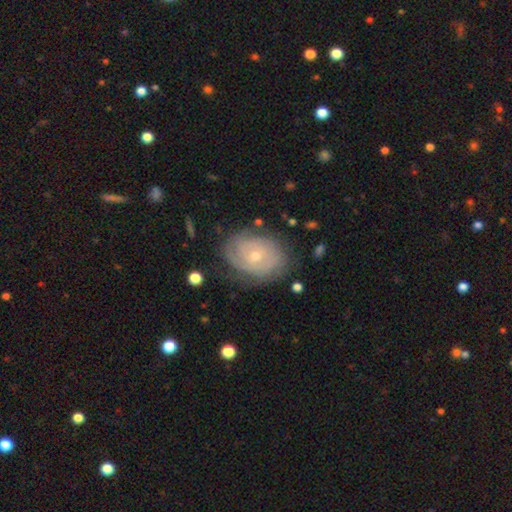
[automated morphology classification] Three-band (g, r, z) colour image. It shows a featured or disk galaxy (72%) with no bar (79%), tight (71%) spiral arms (85%) and a small central bulge (65%). Merging: none (72%).